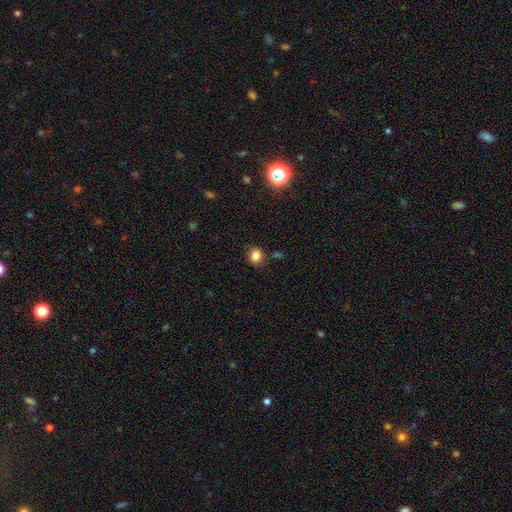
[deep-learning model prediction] This is clearly a smooth galaxy (84%). How rounded: likely round (66%). Merging: clearly none (81%).